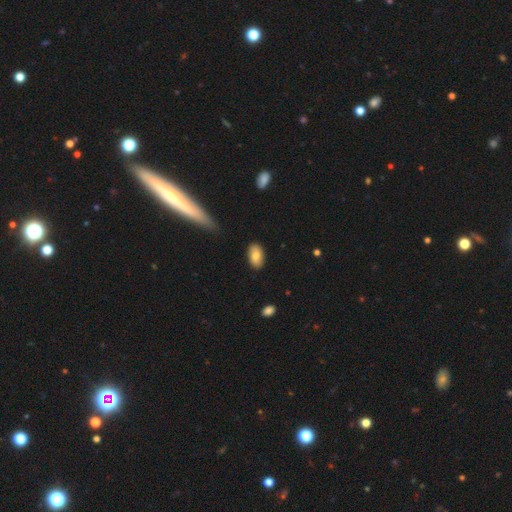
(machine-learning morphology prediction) smooth 82%, featured or disk 11%, star or artifact 7%. Down the decision tree: how rounded — in between (93%); merging — none (86%).